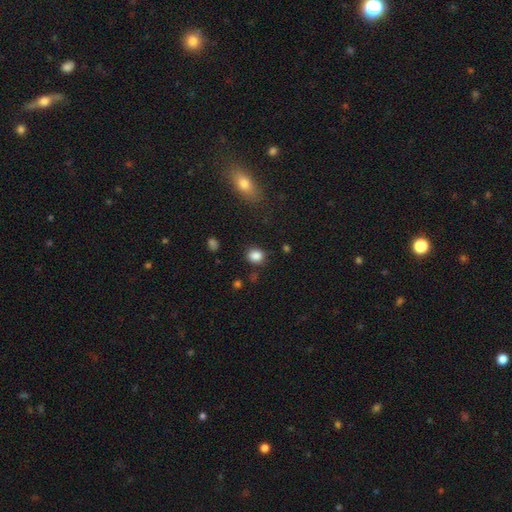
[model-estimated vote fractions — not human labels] Smooth or featured? smooth (85%)
How rounded? round (66%)
Merging? none (83%)